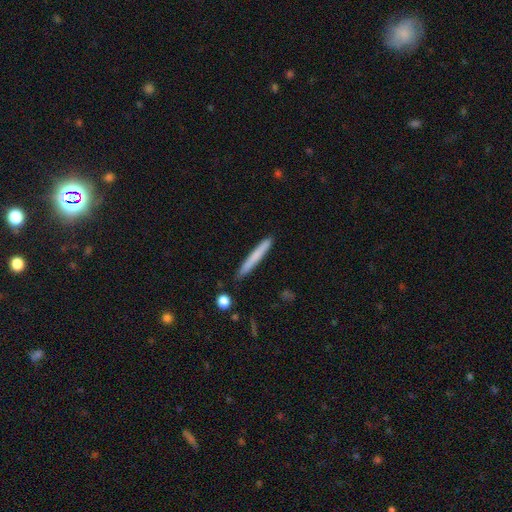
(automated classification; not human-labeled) This appears to be a smooth galaxy with no disk features (70%) that is cigar-shaped (97%). Merging: none (88%).